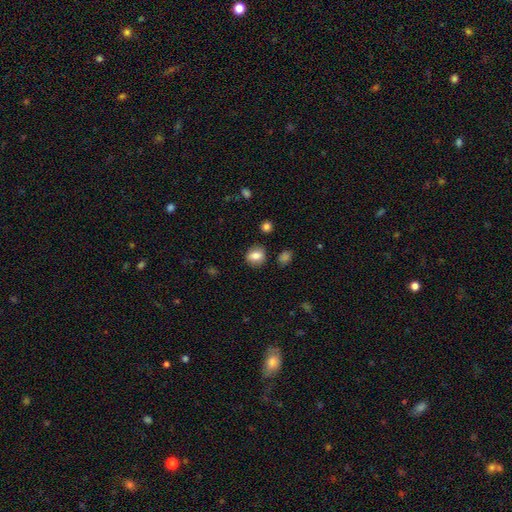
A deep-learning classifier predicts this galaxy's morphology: A smooth galaxy with no disk features (80%) that is round (57%). Merging: none (83%).